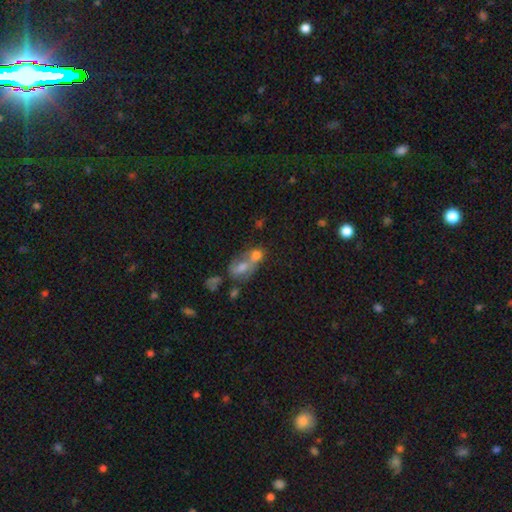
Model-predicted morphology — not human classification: This is likely a smooth galaxy (65%). How rounded: possibly in between (57%). Merging: likely merger (67%).